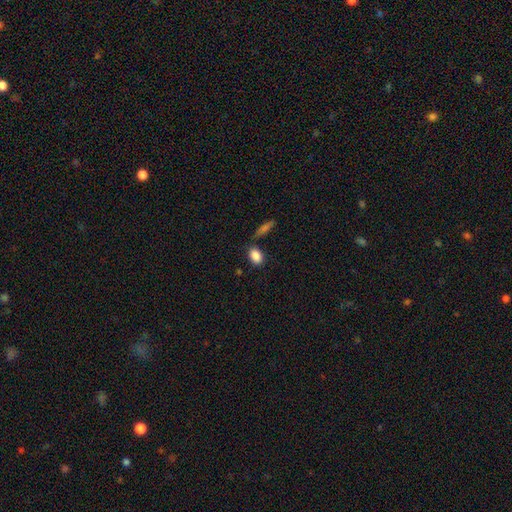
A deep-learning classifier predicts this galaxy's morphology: Overall: smooth (88%). How rounded: in between (86%). Merging: none (75%).